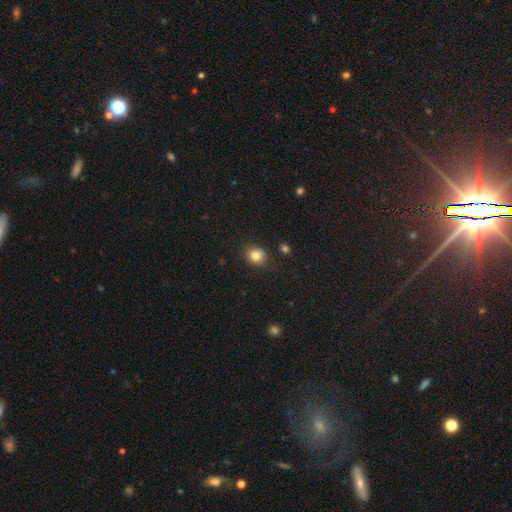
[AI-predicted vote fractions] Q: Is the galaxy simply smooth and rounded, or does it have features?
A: smooth — 81%.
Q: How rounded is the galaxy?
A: round — 66%.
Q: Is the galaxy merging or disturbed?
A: none — 81%.